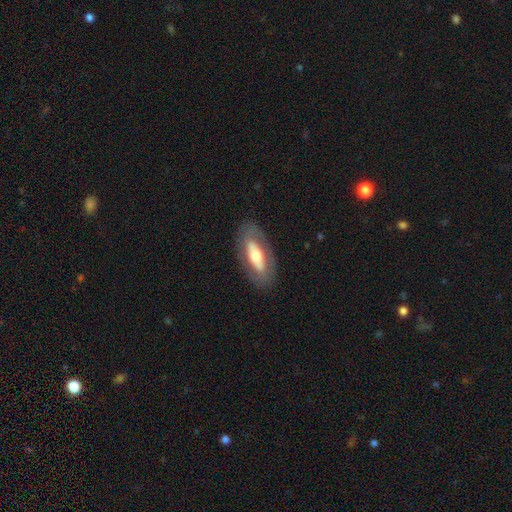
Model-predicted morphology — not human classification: A featured or disk galaxy (53%). Merging: none (82%).